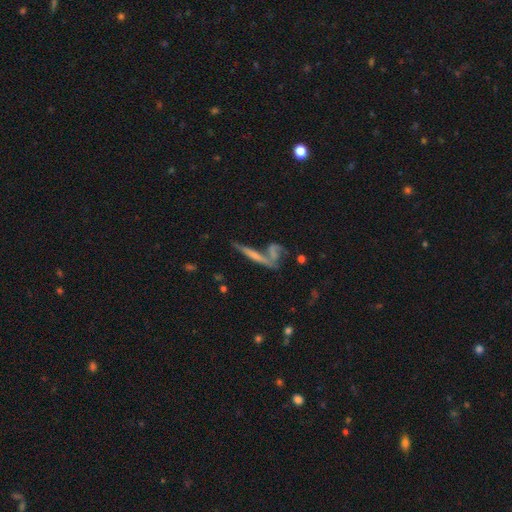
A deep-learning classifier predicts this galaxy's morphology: featured or disk 49%, smooth 40%, star or artifact 12%. Down the decision tree: merging — none (46%).